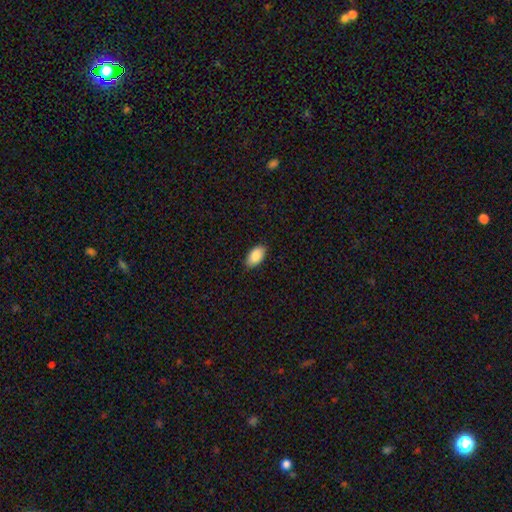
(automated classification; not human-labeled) The model was most divided on "merging": none: 87%, minor disturbance: 10%, major disturbance: 2%, merger: 1%. More confident: how rounded — in between (95%); smooth or featured — smooth (90%).